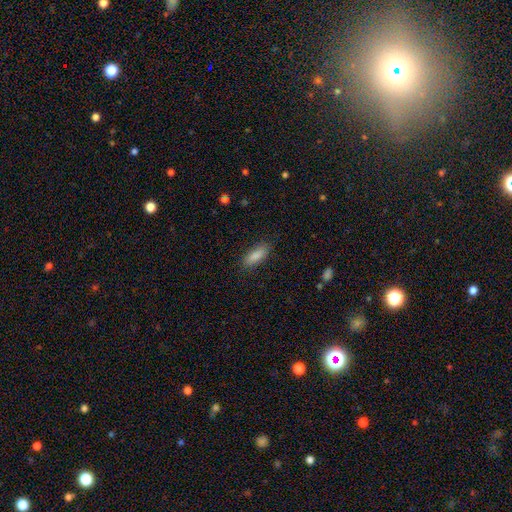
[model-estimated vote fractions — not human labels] Smooth or featured: smooth — 87% (star or artifact — 7%)
How rounded: in between — 69% (cigar-shaped — 29%)
Merging: none — 84% (minor disturbance — 12%)